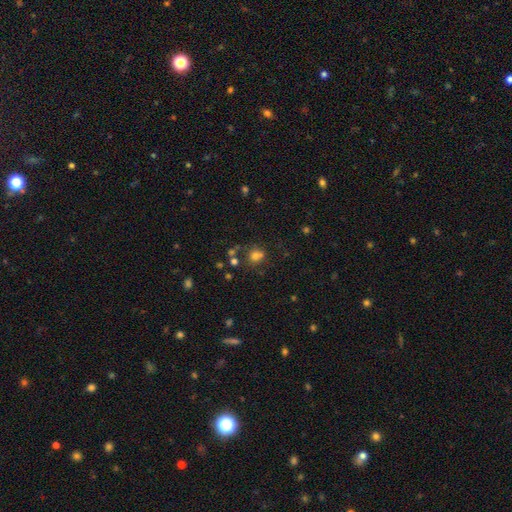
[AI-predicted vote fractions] smooth-or-featured: smooth: 71% | star or artifact: 18% | featured or disk: 11%
  how-rounded: round: 75% | in between: 24% | cigar-shaped: 1%
  merging: none: 57% | merger: 22% | minor disturbance: 14% | major disturbance: 7%